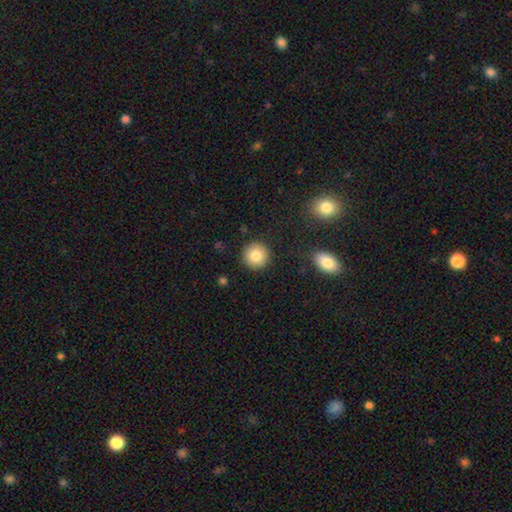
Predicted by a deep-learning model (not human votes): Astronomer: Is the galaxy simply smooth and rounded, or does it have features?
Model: smooth — 83%.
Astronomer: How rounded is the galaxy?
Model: round — 95%.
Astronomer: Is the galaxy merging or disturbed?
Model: none — 91%.